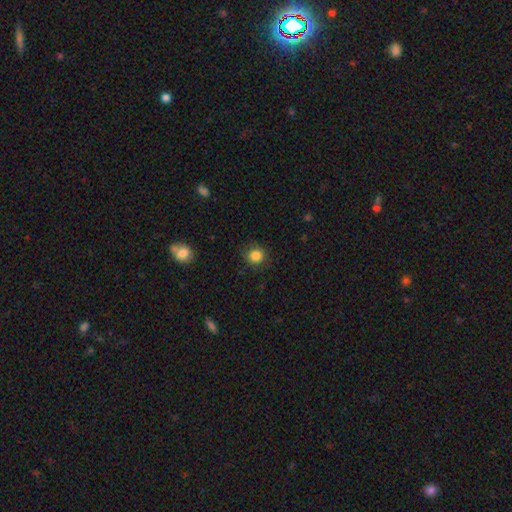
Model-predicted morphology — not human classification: The model was most divided on "smooth or featured": smooth: 85%, star or artifact: 11%, featured or disk: 4%. More confident: how rounded — round (90%); merging — none (85%).